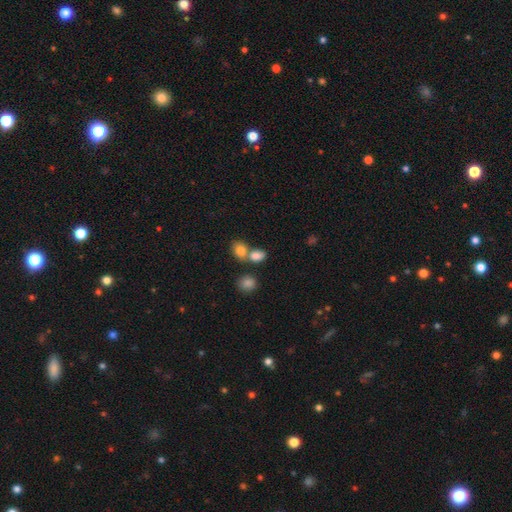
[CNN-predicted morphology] smooth_or_featured: smooth (p=0.83) [alt: star or artifact p=0.10]
how_rounded: in between (p=0.70) [alt: round p=0.29]
merging: merger (p=0.46) [alt: none p=0.41]